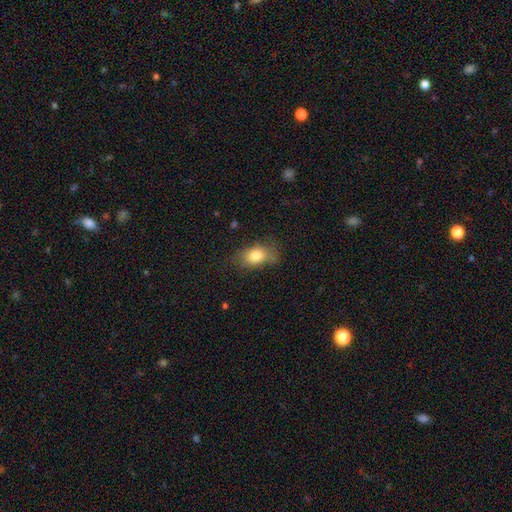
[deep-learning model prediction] smooth_or_featured: smooth (p=0.80) [alt: featured or disk p=0.11]
how_rounded: in between (p=0.78) [alt: round p=0.20]
merging: none (p=0.60) [alt: minor disturbance p=0.27]